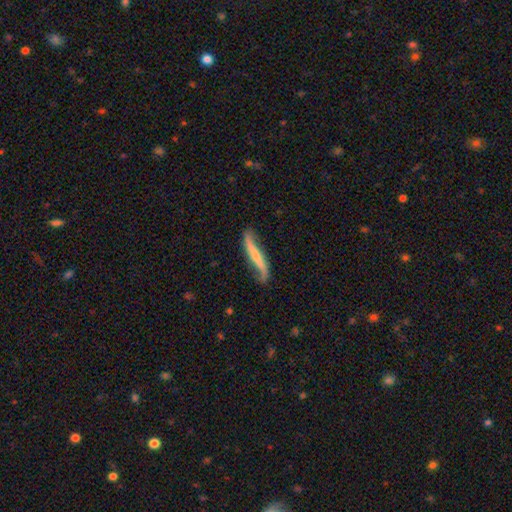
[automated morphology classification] This appears to be a featured or disk galaxy (63%) viewed edge-on (51%). Merging: none (61%).